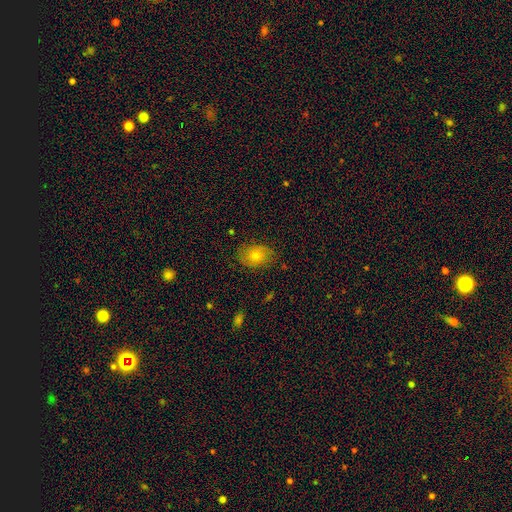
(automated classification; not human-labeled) This is likely a smooth galaxy (67%). How rounded: likely in between (66%). Merging: clearly none (80%).